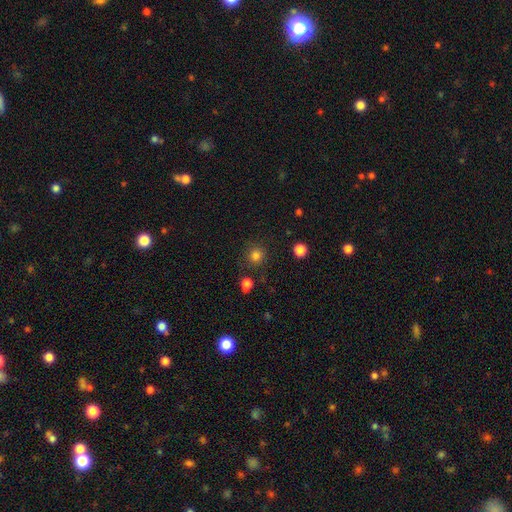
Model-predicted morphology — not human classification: smooth-or-featured: smooth: 81% | star or artifact: 14% | featured or disk: 5%
  how-rounded: round: 92% | in between: 7% | cigar-shaped: 1%
  merging: none: 84% | minor disturbance: 8% | merger: 4% | major disturbance: 3%